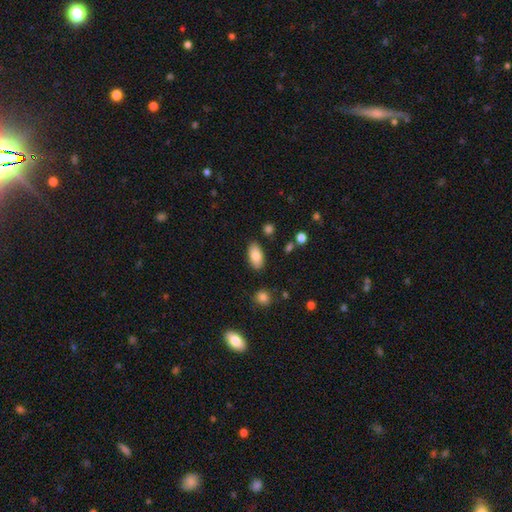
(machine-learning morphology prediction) This appears to be a smooth galaxy with no disk features (83%) that is in between round and cigar-shaped (93%). Merging: none (85%).